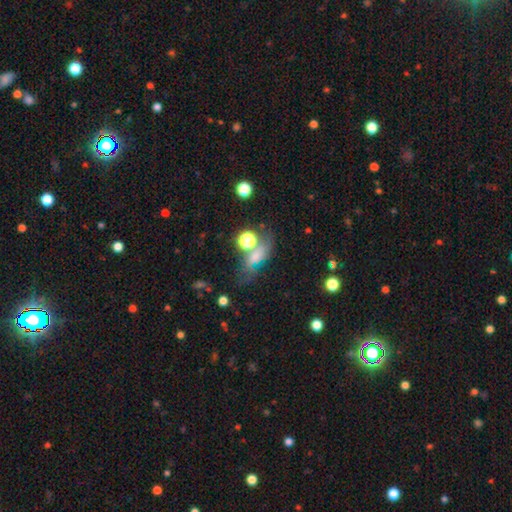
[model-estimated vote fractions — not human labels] Smooth or featured? smooth (53%)
How rounded? in between (59%)
Merging? none (42%)